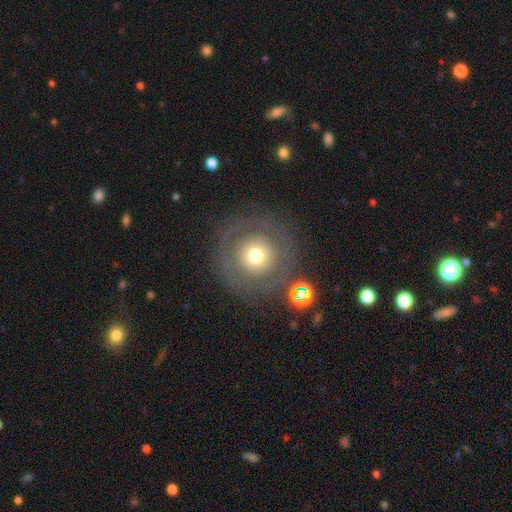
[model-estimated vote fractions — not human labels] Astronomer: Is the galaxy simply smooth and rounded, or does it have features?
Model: smooth — 54% (runner-up: featured or disk, 35%).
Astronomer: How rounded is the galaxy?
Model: round — 96%.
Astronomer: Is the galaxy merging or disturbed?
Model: none — 80%.